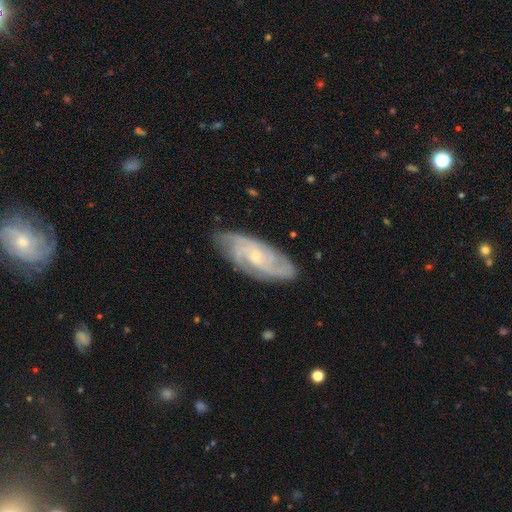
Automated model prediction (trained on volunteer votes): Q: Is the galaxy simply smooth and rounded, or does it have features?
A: featured or disk — 85%.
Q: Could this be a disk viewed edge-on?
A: no — 93%.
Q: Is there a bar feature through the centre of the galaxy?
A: no — 64%.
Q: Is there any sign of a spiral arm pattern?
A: yes — 97%.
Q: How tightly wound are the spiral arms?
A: tight — 53%.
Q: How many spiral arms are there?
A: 3 — 32%.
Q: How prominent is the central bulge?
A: small — 70%.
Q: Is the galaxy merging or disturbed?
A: none — 80%.